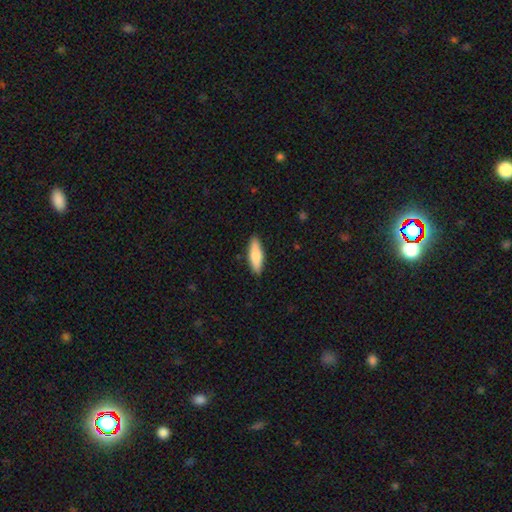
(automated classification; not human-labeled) The model was most divided on "how rounded": cigar-shaped: 51%, in between: 47%, round: 2%. More confident: merging — none (88%); smooth or featured — smooth (80%).